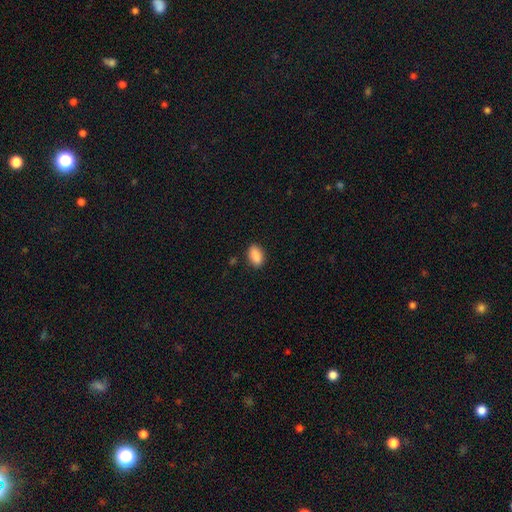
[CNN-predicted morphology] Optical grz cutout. It shows a smooth galaxy with no disk features (88%) that is in between round and cigar-shaped (89%). Merging: none (87%).